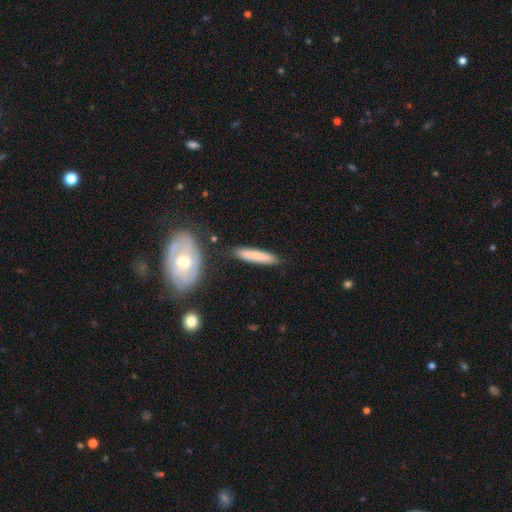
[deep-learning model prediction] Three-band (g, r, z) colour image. It shows a smooth galaxy with no disk features (72%) that is cigar-shaped (87%). Merging: none (82%).